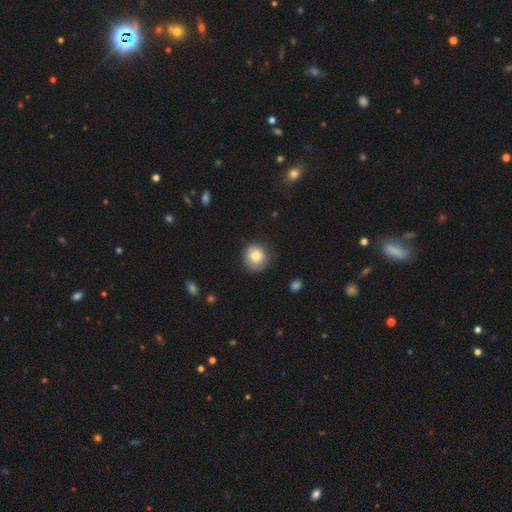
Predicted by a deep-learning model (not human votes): smooth-or-featured: smooth: 80% | featured or disk: 12% | star or artifact: 8%
  how-rounded: round: 87% | in between: 12% | cigar-shaped: 1%
  merging: none: 79% | minor disturbance: 16% | major disturbance: 4% | merger: 1%